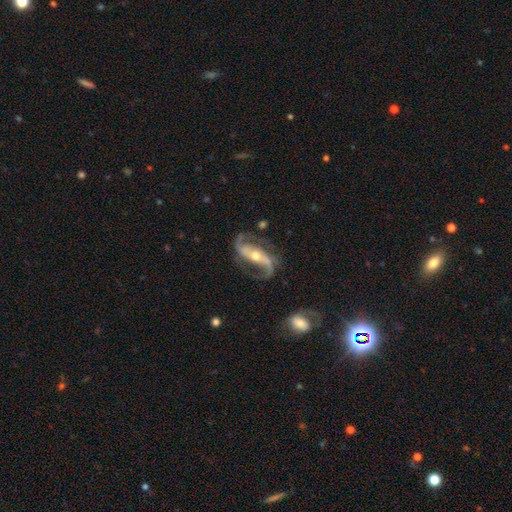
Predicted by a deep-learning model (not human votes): featured or disk 91%, star or artifact 5%, smooth 5%. Down the decision tree: edge-on disk — no (95%); bar — strong (54%); spiral arms — yes (97%); spiral arm count — 2 (92%); spiral winding — medium (45%); bulge size — moderate (57%); merging — none (72%).